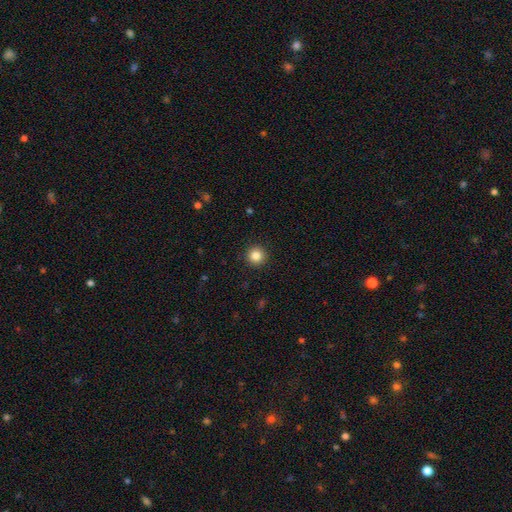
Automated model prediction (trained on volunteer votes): Smooth or featured? Predicted: smooth (p=0.84). How rounded? Predicted: round (p=0.96). Merging? Predicted: none (p=0.93).